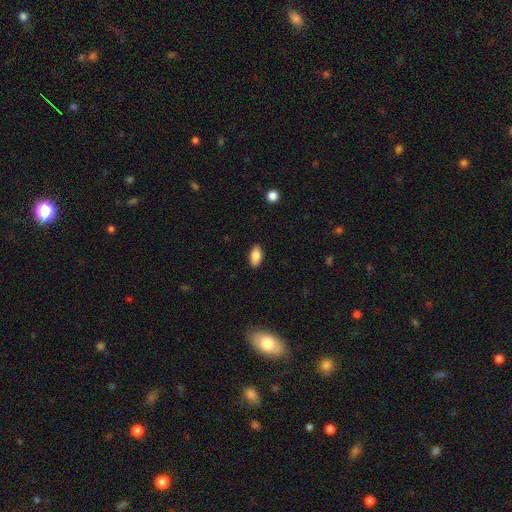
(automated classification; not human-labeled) Smooth or featured? Predicted: smooth (p=0.85). How rounded? Predicted: in between (p=0.92). Merging? Predicted: none (p=0.89).